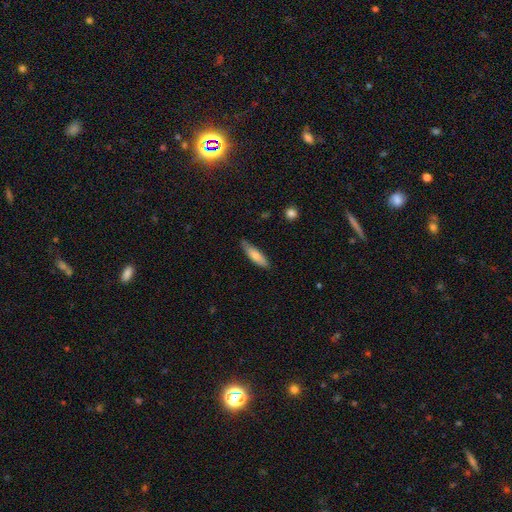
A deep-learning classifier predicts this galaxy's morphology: Smooth or featured?
  - smooth: 74% *
  - featured or disk: 20%
  - star or artifact: 6%
How rounded?
  - cigar-shaped: 63% *
  - in between: 35%
  - round: 2%
Merging?
  - none: 78% *
  - minor disturbance: 17%
  - major disturbance: 3%
  - merger: 2%